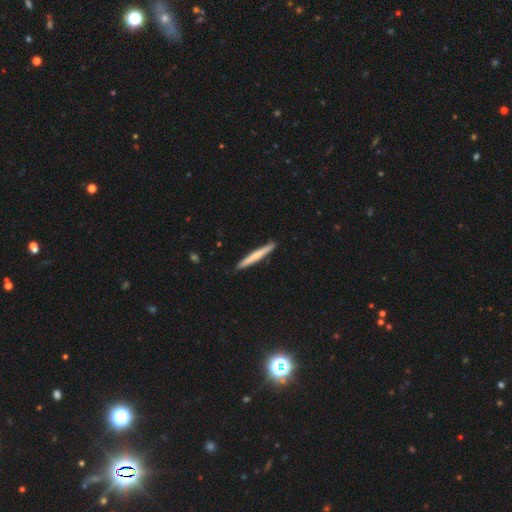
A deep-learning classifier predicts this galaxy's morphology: Smooth or featured? Predicted: smooth (p=0.62). How rounded? Predicted: cigar-shaped (p=0.97). Merging? Predicted: none (p=0.91).